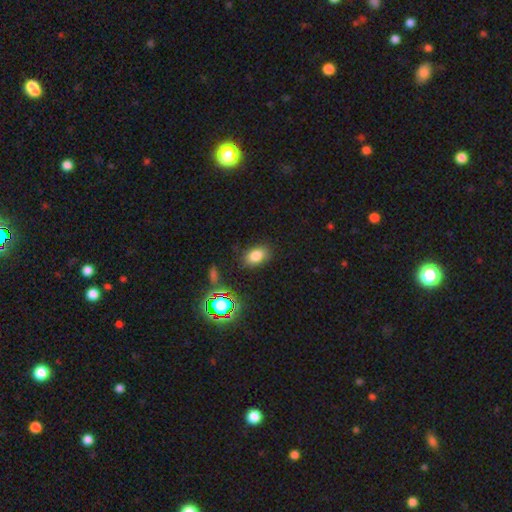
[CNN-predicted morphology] Q: Smooth or featured?
A: smooth (78%); runner-up: star or artifact (15%)
Q: How rounded?
A: in between (83%); runner-up: round (15%)
Q: Merging?
A: none (84%); runner-up: minor disturbance (11%)